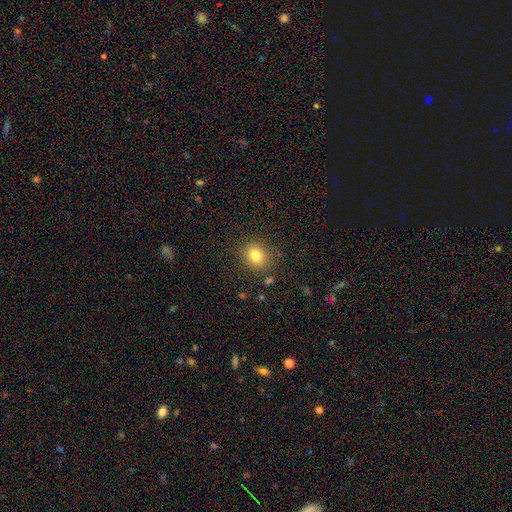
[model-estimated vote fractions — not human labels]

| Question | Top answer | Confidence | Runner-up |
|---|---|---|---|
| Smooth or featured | smooth | 80% | star or artifact (12%) |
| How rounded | round | 68% | in between (31%) |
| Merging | none | 83% | minor disturbance (10%) |